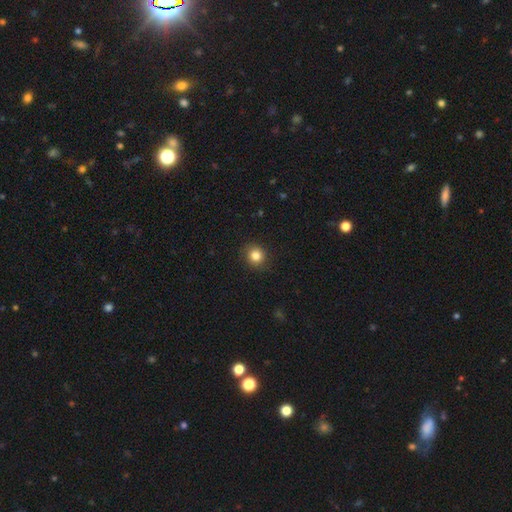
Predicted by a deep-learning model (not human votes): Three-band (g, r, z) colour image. It shows a smooth galaxy with no disk features (83%) that is round (88%). Merging: none (89%).